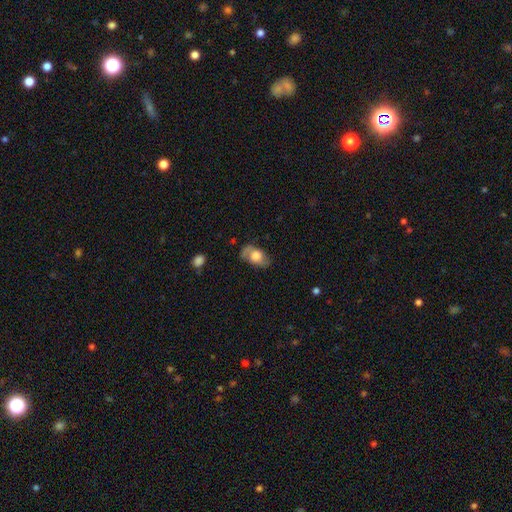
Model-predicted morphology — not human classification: Overall: smooth (50%; featured or disk 43%). Merging: none (63%; minor disturbance 24%).